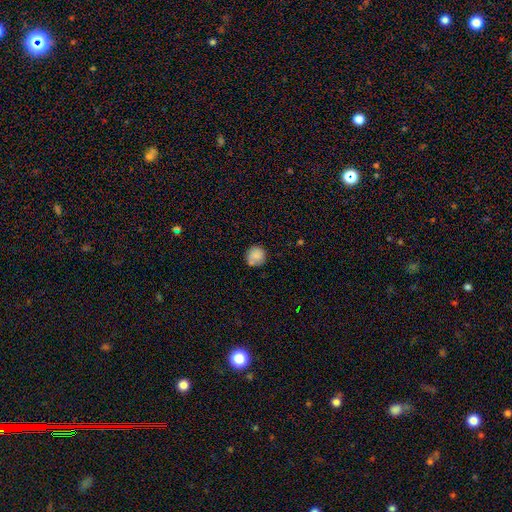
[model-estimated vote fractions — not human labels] Smooth or featured? smooth (83%)
How rounded? round (90%)
Merging? none (73%)